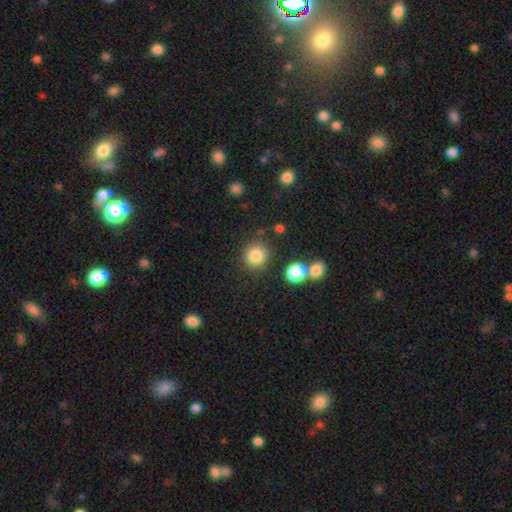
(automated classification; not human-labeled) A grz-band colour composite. It shows a smooth galaxy with no disk features (83%) that is round (86%). Merging: none (83%).